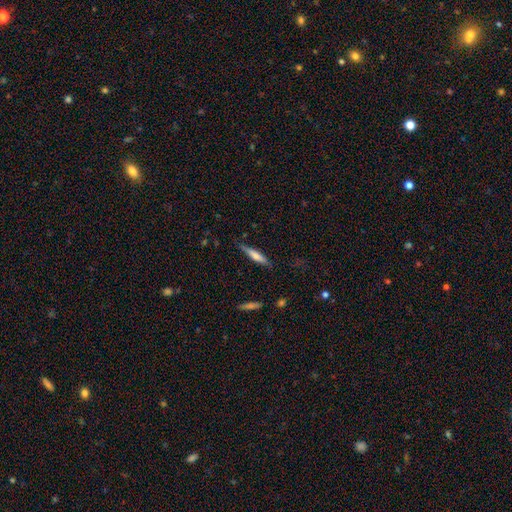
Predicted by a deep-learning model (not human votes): The model was most divided on "smooth or featured": smooth: 59%, featured or disk: 34%, star or artifact: 6%. More confident: how rounded — cigar-shaped (86%); merging — none (77%).